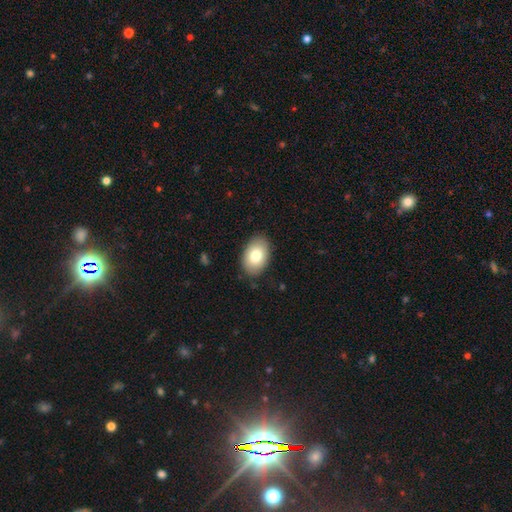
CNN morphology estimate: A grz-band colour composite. It shows a smooth galaxy with no disk features (80%) that is in between round and cigar-shaped (88%). Merging: none (86%).